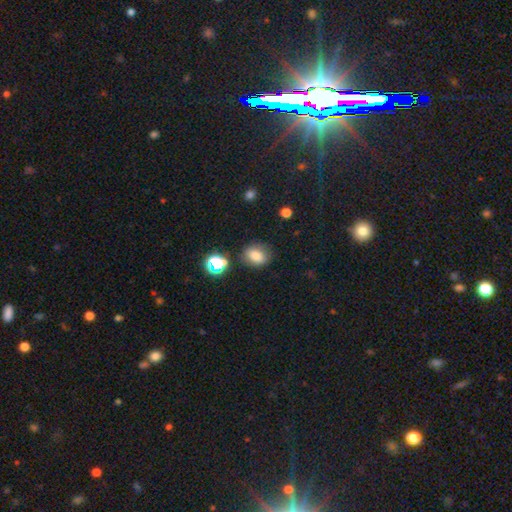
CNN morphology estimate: A smooth galaxy with no disk features (78%) that is in between round and cigar-shaped (58%).

Vote fractions:
- Smooth or featured? smooth: 78% / star or artifact: 14% / featured or disk: 8%
- How rounded? in between: 58% / round: 40% / cigar-shaped: 1%
- Merging? none: 72% / minor disturbance: 18% / major disturbance: 5% / merger: 4%